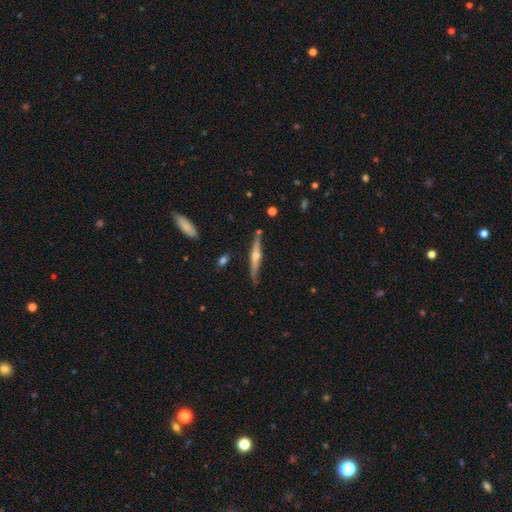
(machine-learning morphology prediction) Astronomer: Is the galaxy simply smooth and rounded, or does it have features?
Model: featured or disk — 71%.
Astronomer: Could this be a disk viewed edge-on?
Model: yes — 97%.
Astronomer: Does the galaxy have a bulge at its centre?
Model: rounded — 88%.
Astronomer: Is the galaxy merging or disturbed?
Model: none — 83%.